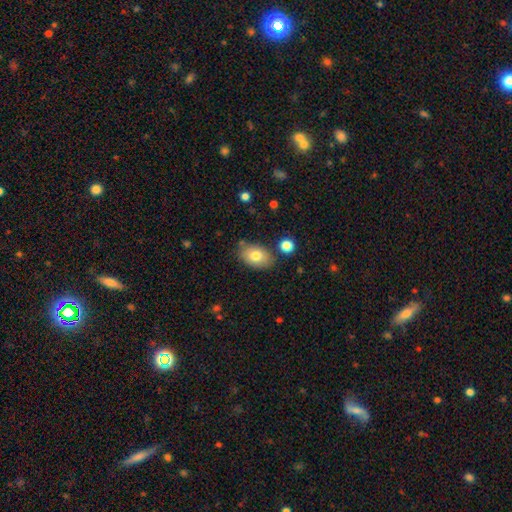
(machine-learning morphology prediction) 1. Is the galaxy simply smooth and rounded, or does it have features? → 78% smooth, 14% featured or disk, 8% star or artifact.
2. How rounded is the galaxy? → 87% in between, 12% round, 1% cigar-shaped.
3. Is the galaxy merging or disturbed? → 79% none, 13% minor disturbance, 4% merger, 3% major disturbance.